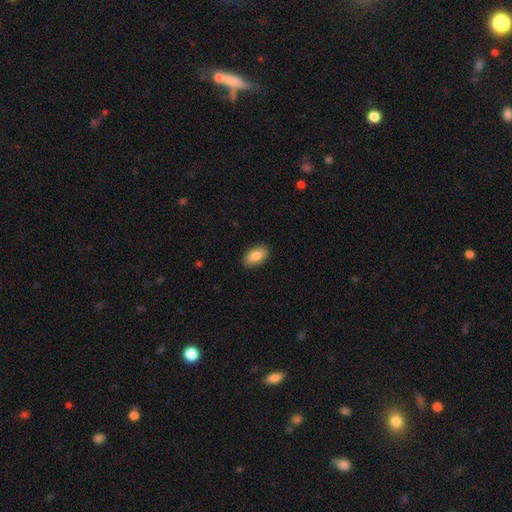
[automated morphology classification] This appears to be a smooth galaxy with no disk features (83%) that is in between round and cigar-shaped (92%). Merging: none (89%).